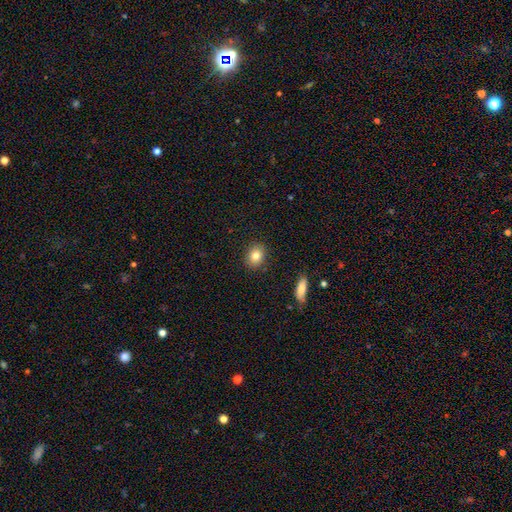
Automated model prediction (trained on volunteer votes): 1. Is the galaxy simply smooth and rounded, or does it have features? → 82% smooth, 9% featured or disk, 9% star or artifact.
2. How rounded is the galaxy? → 52% in between, 47% round, 1% cigar-shaped.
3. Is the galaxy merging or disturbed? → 89% none, 8% minor disturbance, 2% major disturbance, 1% merger.